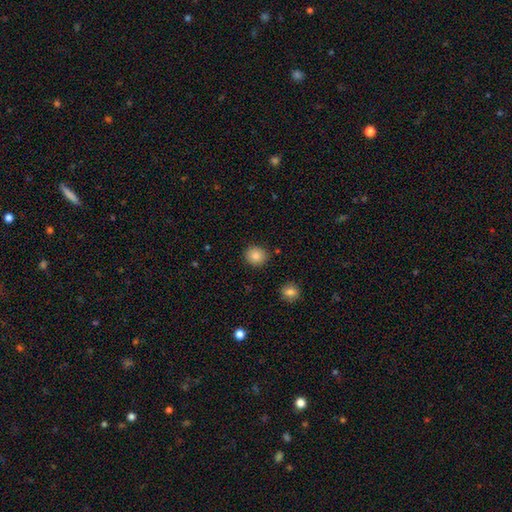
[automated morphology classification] This appears to be a smooth galaxy with no disk features (85%) that is round (87%). Merging: none (89%).